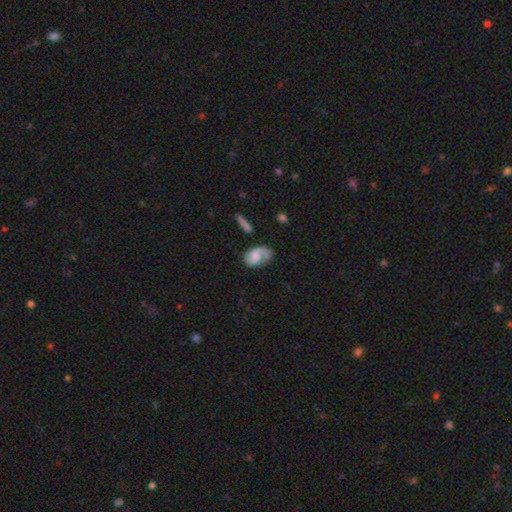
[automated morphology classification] Q: Smooth or featured?
A: featured or disk (55%); runner-up: smooth (37%)
Q: Edge-on disk?
A: no (96%); runner-up: yes (4%)
Q: Bar?
A: no (50%); runner-up: weak (41%)
Q: Spiral arms?
A: yes (88%); runner-up: no (12%)
Q: Bulge size?
A: moderate (36%); runner-up: small (35%)
Q: Merging?
A: none (54%); runner-up: minor disturbance (26%)